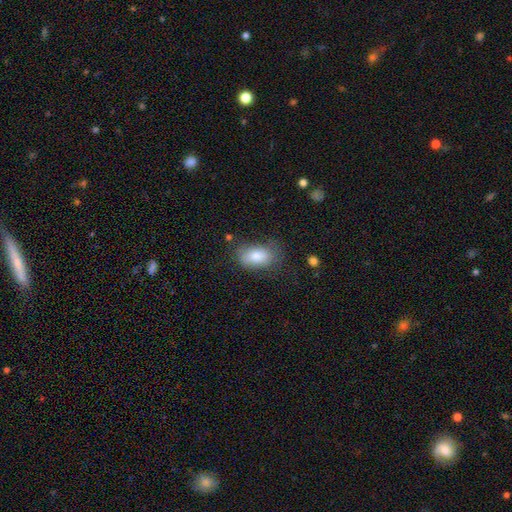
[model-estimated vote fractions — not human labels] Overall: smooth (79%). How rounded: in between (91%). Merging: none (64%; minor disturbance 25%).